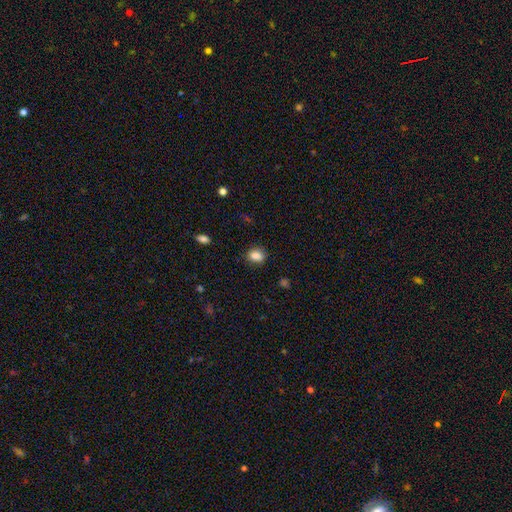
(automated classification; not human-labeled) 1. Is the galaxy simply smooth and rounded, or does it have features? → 86% smooth, 9% star or artifact, 5% featured or disk.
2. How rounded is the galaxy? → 56% in between, 42% round, 1% cigar-shaped.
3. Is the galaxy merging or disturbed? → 82% none, 13% minor disturbance, 3% major disturbance, 1% merger.